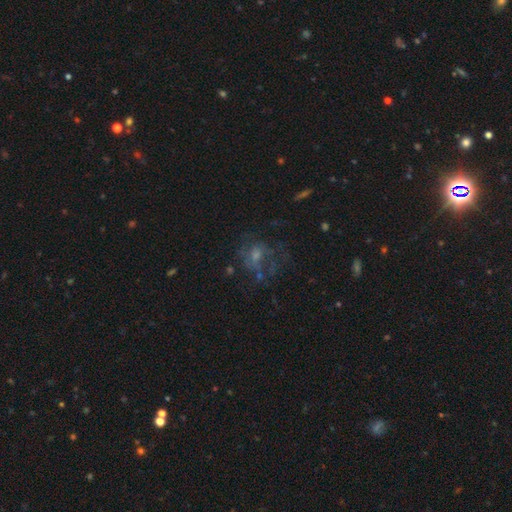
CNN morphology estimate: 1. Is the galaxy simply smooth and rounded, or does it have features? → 47% featured or disk, 36% smooth, 17% star or artifact.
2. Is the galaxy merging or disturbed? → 41% none, 35% major disturbance, 19% minor disturbance, 5% merger.